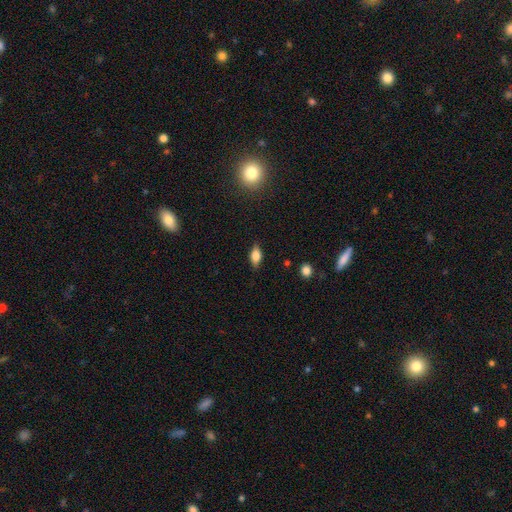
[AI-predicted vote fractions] The model was most divided on "smooth or featured": smooth: 74%, featured or disk: 17%, star or artifact: 9%. More confident: how rounded — in between (84%); merging — none (82%).